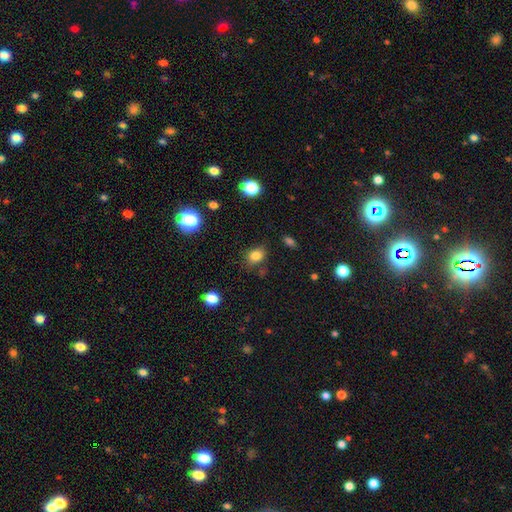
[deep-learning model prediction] smooth 81%, star or artifact 13%, featured or disk 6%. Down the decision tree: how rounded — in between (60%); merging — none (76%).